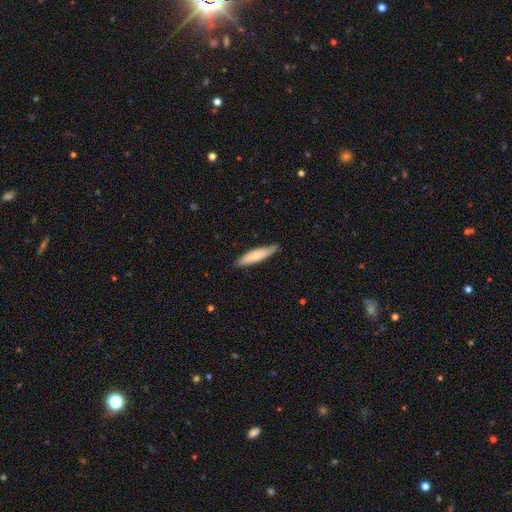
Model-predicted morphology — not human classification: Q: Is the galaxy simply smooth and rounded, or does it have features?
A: smooth — 74%.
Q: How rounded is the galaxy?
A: cigar-shaped — 79%.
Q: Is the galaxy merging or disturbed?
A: none — 83%.